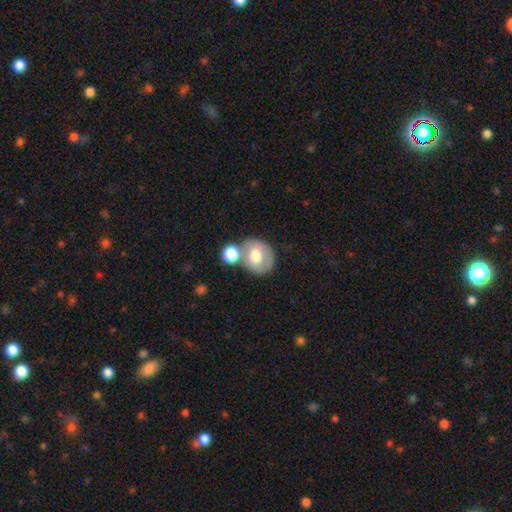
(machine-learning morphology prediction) smooth 59%, featured or disk 33%, star or artifact 8%. Down the decision tree: how rounded — round (66%); merging — none (47%).